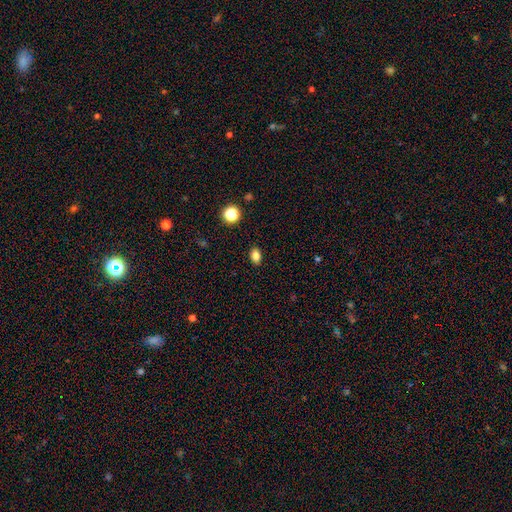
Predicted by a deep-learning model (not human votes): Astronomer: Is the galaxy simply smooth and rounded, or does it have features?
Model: smooth — 82%.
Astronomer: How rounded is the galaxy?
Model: in between — 78%.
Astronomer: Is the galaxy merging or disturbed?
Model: none — 89%.